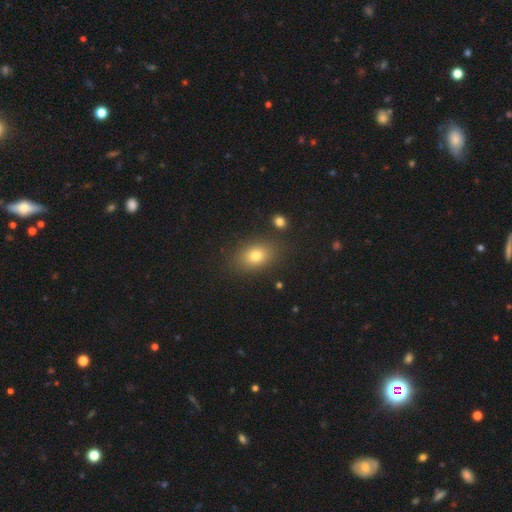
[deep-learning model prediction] Q: Smooth or featured?
A: smooth (78%); runner-up: star or artifact (11%)
Q: How rounded?
A: in between (79%); runner-up: round (19%)
Q: Merging?
A: none (84%); runner-up: minor disturbance (10%)